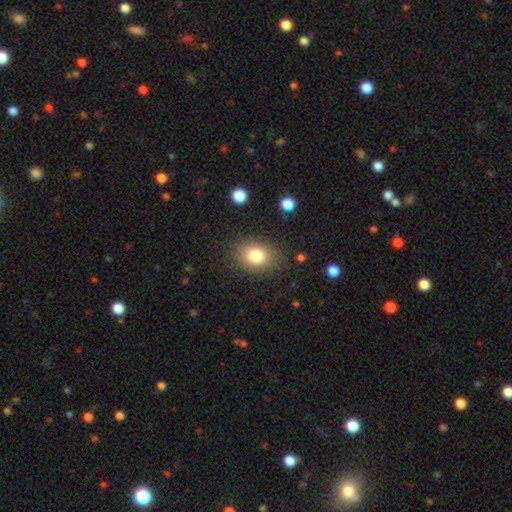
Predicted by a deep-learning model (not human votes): Smooth or featured? Predicted: smooth (p=0.81). How rounded? Predicted: in between (p=0.57). Merging? Predicted: none (p=0.84).